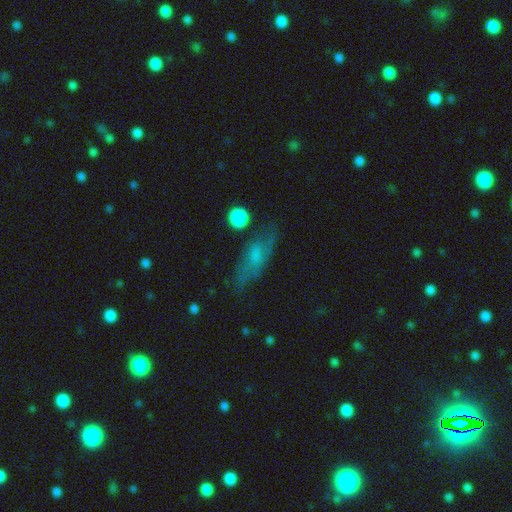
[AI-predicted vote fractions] Smooth or featured? Predicted: smooth (p=0.44, tied with featured or disk). Merging? Predicted: none (p=0.63).